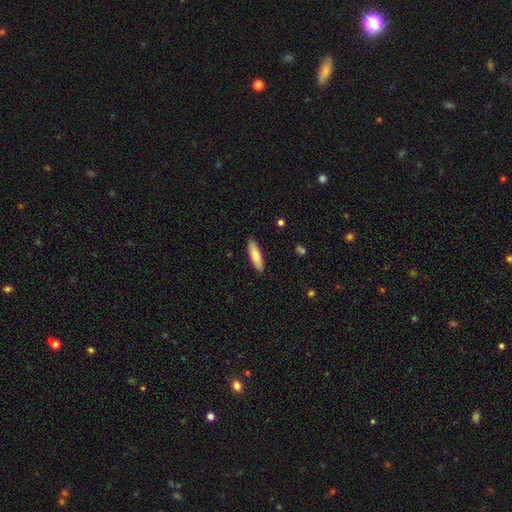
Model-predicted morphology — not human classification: Smooth or featured? smooth (77%)
How rounded? cigar-shaped (67%)
Merging? none (89%)